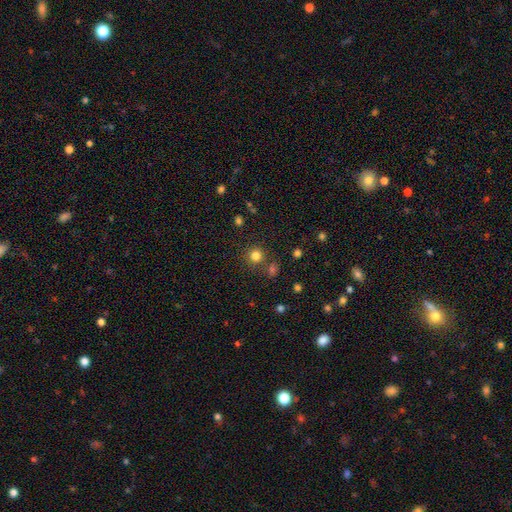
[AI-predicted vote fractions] Smooth or featured? Predicted: smooth (p=0.80). How rounded? Predicted: round (p=0.92). Merging? Predicted: none (p=0.80).